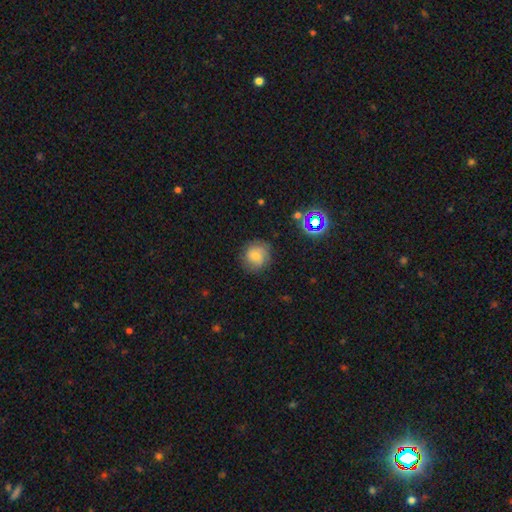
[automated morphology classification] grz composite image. It shows a smooth galaxy with no disk features (60%) that is round (88%). Merging: none (76%).